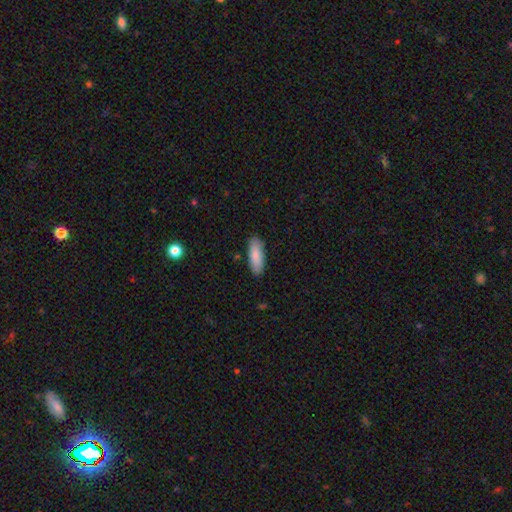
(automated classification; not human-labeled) smooth_or_featured: smooth (p=0.86) [alt: featured or disk p=0.08]
how_rounded: in between (p=0.69) [alt: cigar-shaped p=0.29]
merging: none (p=0.86) [alt: minor disturbance p=0.10]